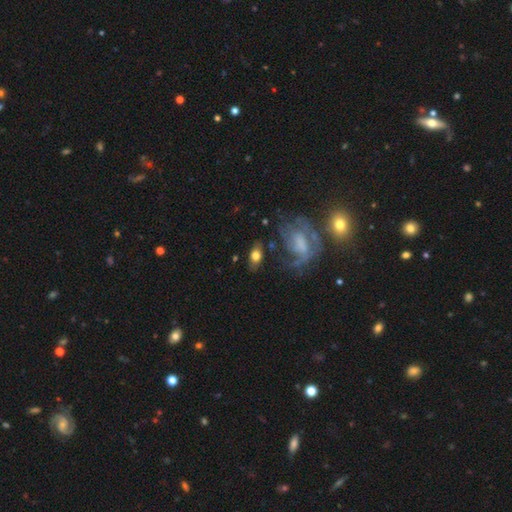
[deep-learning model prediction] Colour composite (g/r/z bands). It shows a smooth galaxy with no disk features (65%) that is in between round and cigar-shaped (81%). Merging: none (70%).